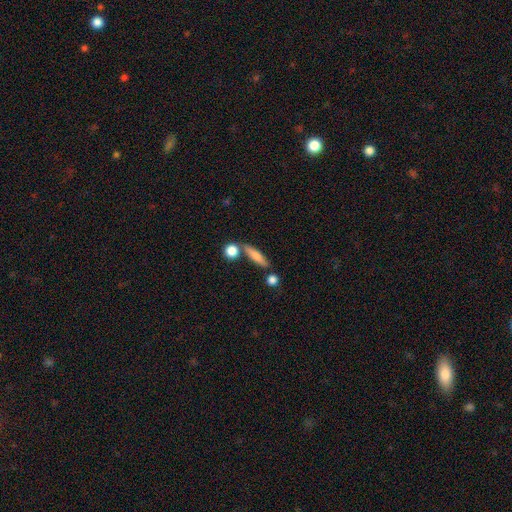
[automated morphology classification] smooth 70%, featured or disk 23%, star or artifact 8%. Down the decision tree: how rounded — cigar-shaped (70%); merging — none (73%).